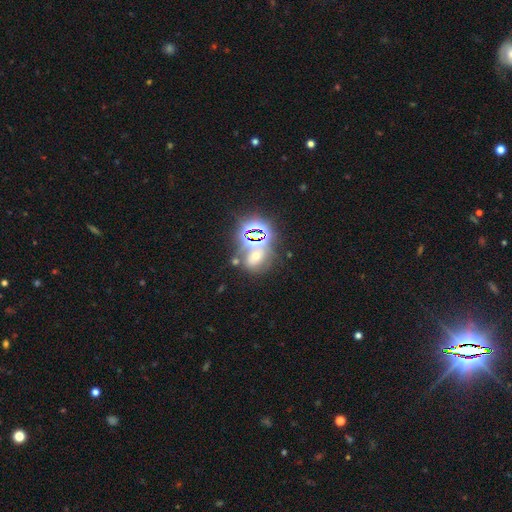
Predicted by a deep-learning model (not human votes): star or artifact 66%, smooth 18%, featured or disk 16%.